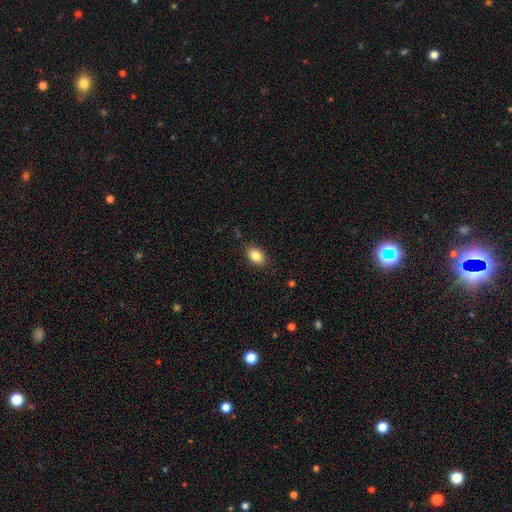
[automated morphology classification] Q: Smooth or featured?
A: smooth (84%); runner-up: star or artifact (9%)
Q: How rounded?
A: in between (82%); runner-up: round (16%)
Q: Merging?
A: none (84%); runner-up: minor disturbance (12%)